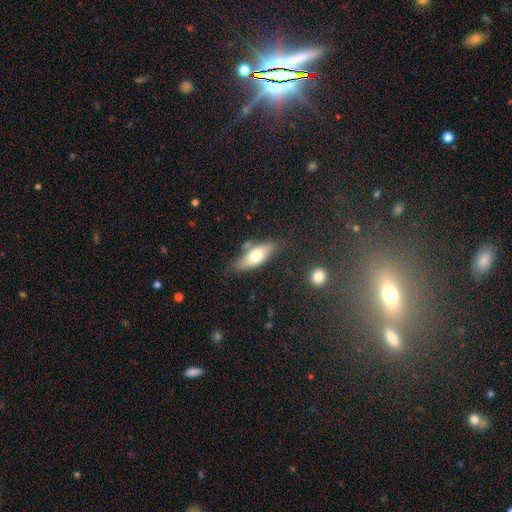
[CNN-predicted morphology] type=smooth (65%); roundness=in between (67%); merging=none (68%).